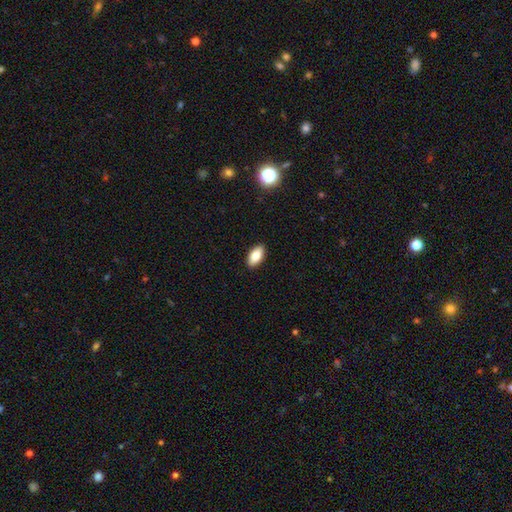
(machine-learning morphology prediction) Q: Smooth or featured?
A: smooth (83%); runner-up: featured or disk (9%)
Q: How rounded?
A: in between (92%); runner-up: cigar-shaped (5%)
Q: Merging?
A: none (90%); runner-up: minor disturbance (7%)